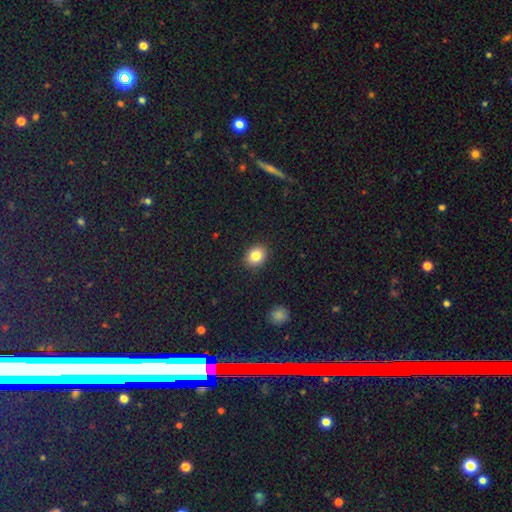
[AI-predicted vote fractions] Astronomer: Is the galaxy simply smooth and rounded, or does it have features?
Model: smooth — 83%.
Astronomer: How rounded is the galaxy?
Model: round — 54% (runner-up: in between, 45%).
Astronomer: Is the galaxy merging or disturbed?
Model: none — 89%.